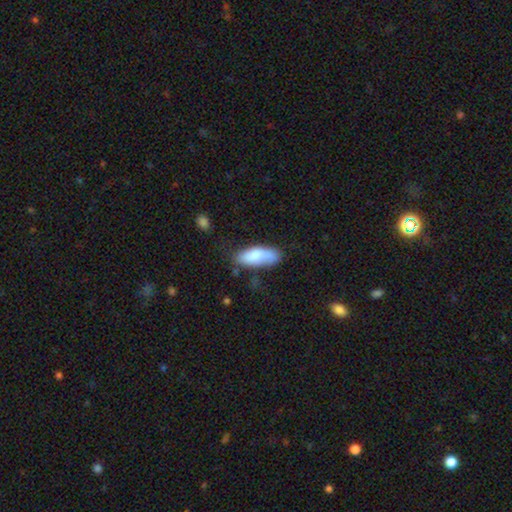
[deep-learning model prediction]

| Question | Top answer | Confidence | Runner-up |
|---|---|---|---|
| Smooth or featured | smooth | 81% | featured or disk (13%) |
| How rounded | in between | 73% | cigar-shaped (25%) |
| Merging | none | 59% | minor disturbance (27%) |